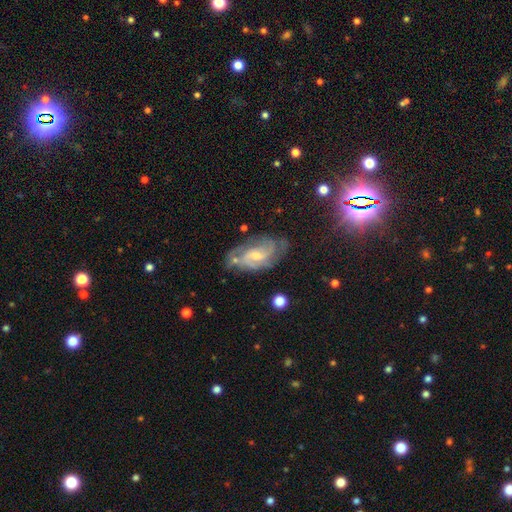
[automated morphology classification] type=featured or disk (82%); edge-on=no (95%); bar=weak (49%); spiral arms=yes (95%); winding=medium (45%); arm count=2 (46%); bulge=small (48%); merging=none (64%).